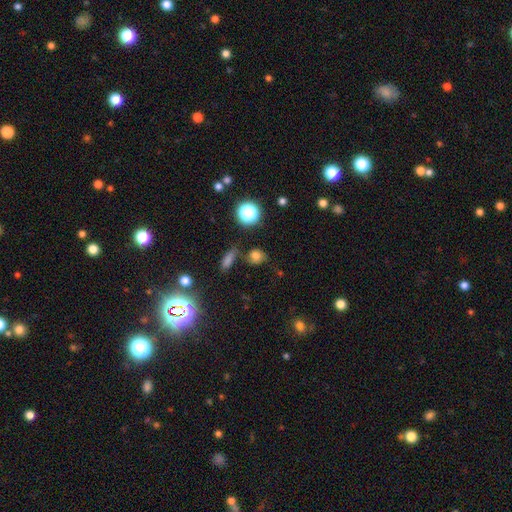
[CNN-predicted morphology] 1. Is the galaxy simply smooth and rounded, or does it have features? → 69% smooth, 23% star or artifact, 8% featured or disk.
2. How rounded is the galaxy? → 66% round, 31% in between, 2% cigar-shaped.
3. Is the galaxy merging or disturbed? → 69% none, 16% minor disturbance, 9% merger, 6% major disturbance.